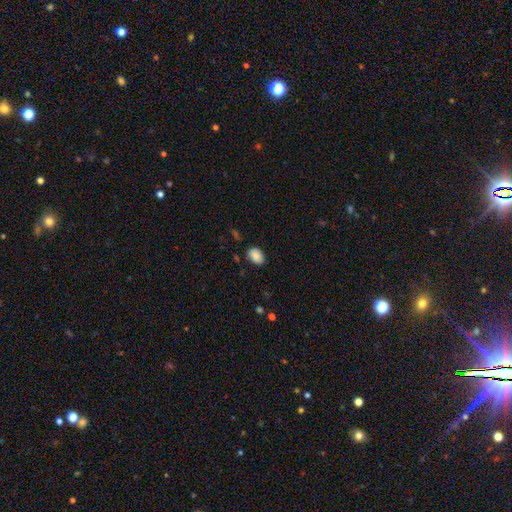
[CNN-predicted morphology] Smooth or featured? smooth (88%)
How rounded? in between (82%)
Merging? none (83%)